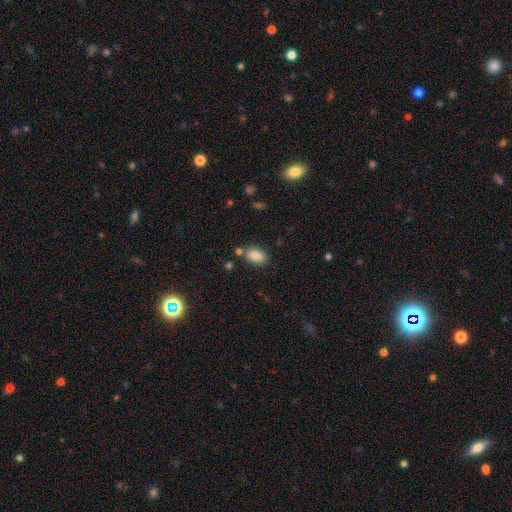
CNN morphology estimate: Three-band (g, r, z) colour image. It shows a smooth galaxy with no disk features (85%) that is in between round and cigar-shaped (84%). Merging: none (77%).